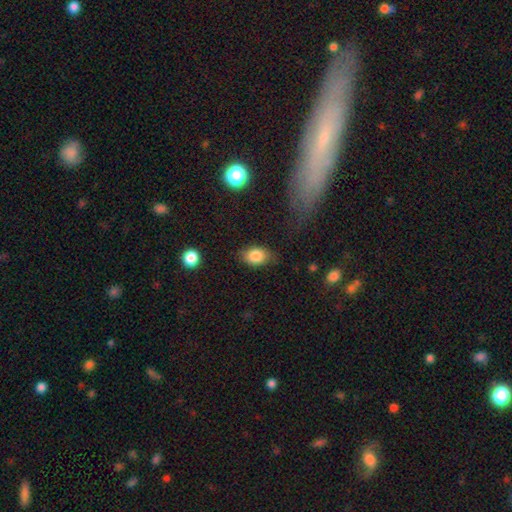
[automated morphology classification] This is clearly a smooth galaxy (83%). How rounded: likely in between (77%). Merging: likely none (74%).